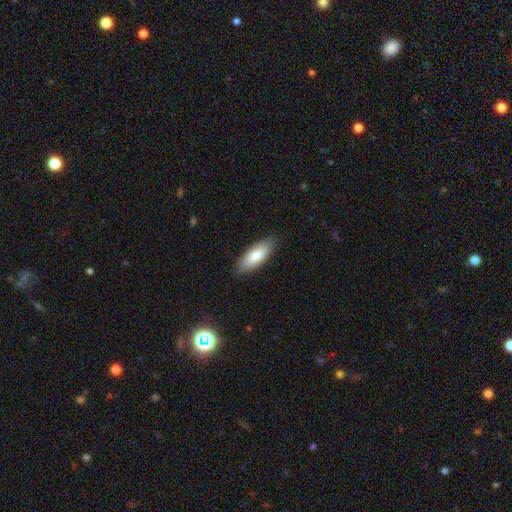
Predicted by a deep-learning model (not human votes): The model was most divided on "how rounded": in between: 70%, cigar-shaped: 28%, round: 2%. More confident: merging — none (87%); smooth or featured — smooth (81%).